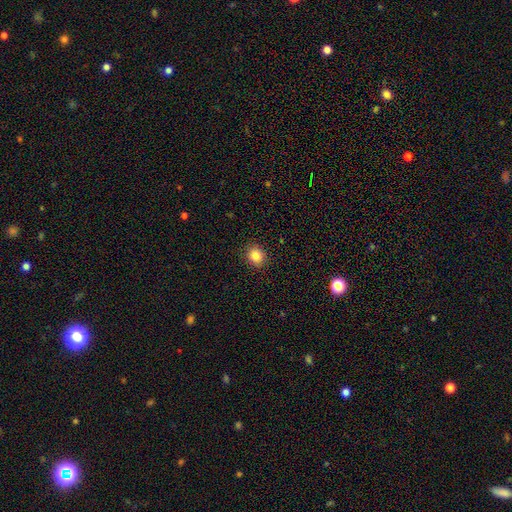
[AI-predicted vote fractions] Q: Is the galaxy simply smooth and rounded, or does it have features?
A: smooth — 86%.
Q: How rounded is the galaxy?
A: round — 77%.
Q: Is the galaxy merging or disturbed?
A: none — 90%.